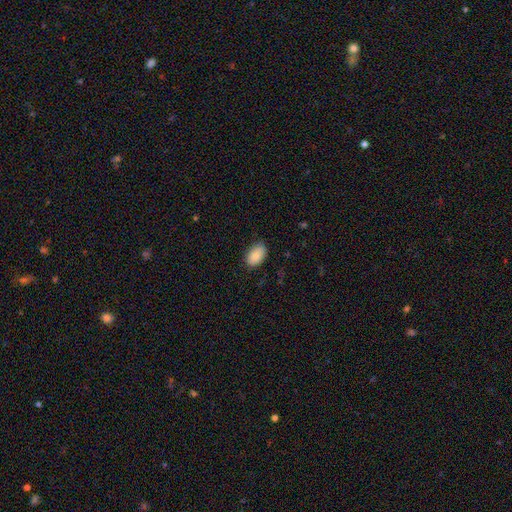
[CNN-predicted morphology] smooth_or_featured: smooth (p=0.88) [alt: star or artifact p=0.07]
how_rounded: in between (p=0.93) [alt: round p=0.06]
merging: none (p=0.81) [alt: minor disturbance p=0.16]